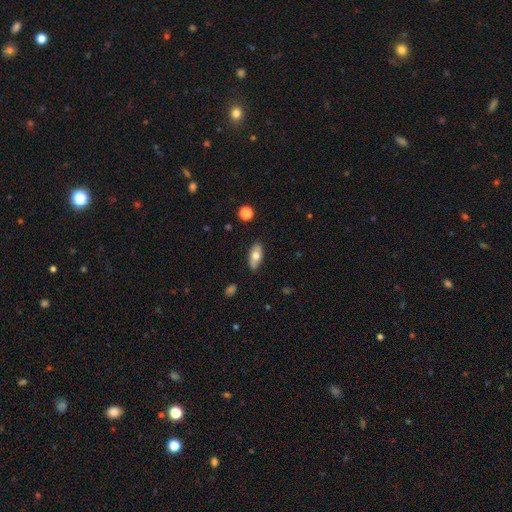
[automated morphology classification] Smooth or featured? smooth (66%)
How rounded? in between (85%)
Merging? none (85%)